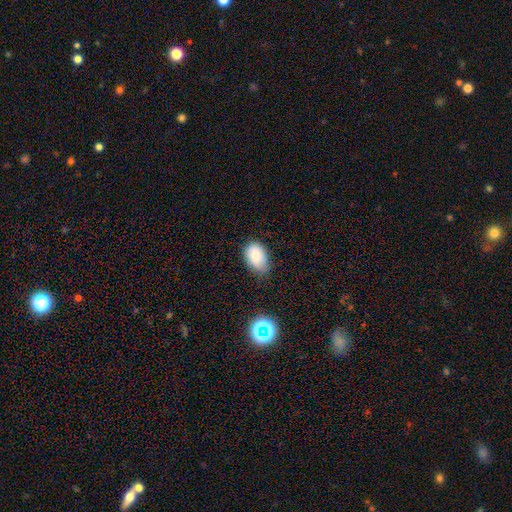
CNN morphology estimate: The model was most divided on "merging": none: 58%, minor disturbance: 34%, major disturbance: 6%, merger: 2%. More confident: how rounded — in between (89%); smooth or featured — smooth (83%).